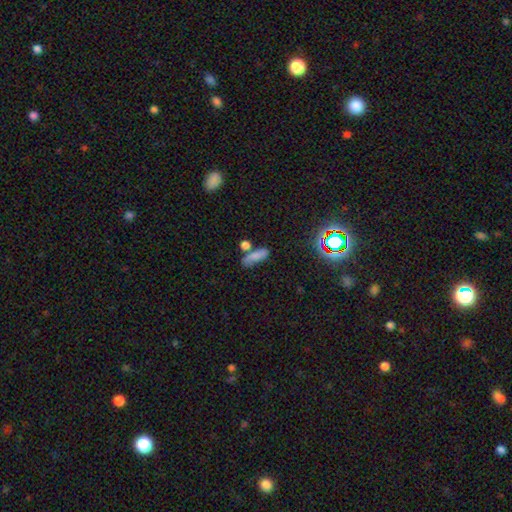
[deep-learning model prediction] Smooth or featured? smooth (71%)
How rounded? in between (53%)
Merging? none (52%)